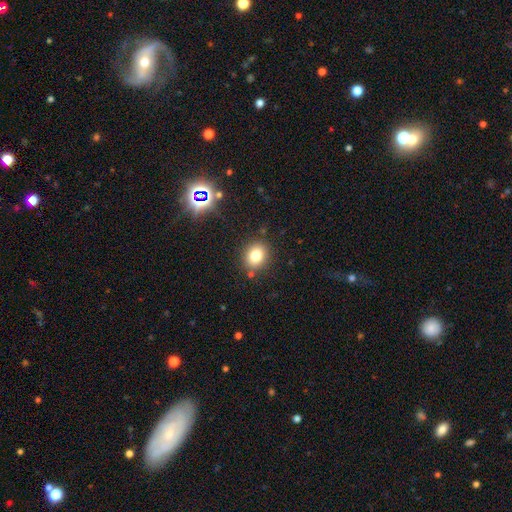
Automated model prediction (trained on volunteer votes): Smooth or featured? Predicted: smooth (p=0.78). How rounded? Predicted: round (p=0.67). Merging? Predicted: none (p=0.84).